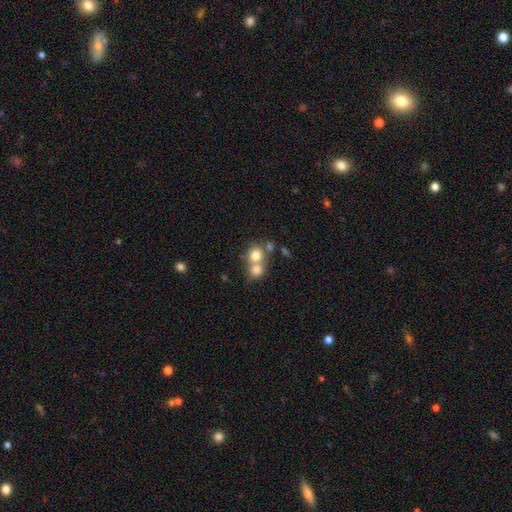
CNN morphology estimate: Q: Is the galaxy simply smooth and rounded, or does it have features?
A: smooth — 76%.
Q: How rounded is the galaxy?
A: round — 81%.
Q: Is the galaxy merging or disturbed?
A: merger — 57%.